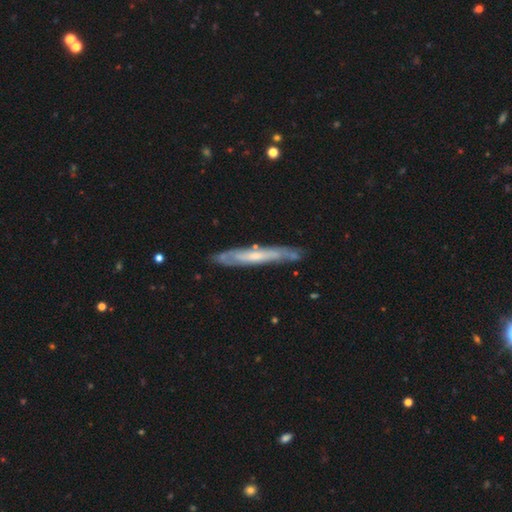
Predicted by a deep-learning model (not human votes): Q: Smooth or featured?
A: featured or disk (64%); runner-up: smooth (30%)
Q: Edge-on disk?
A: yes (70%); runner-up: no (30%)
Q: Merging?
A: none (76%); runner-up: minor disturbance (18%)